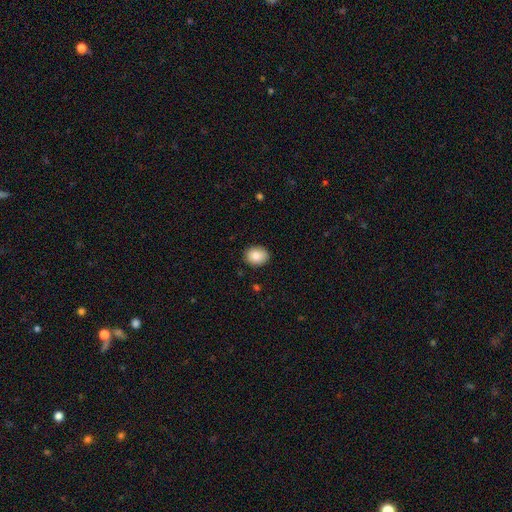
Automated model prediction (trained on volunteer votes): This is clearly a smooth galaxy (85%). How rounded: possibly round (51%). Merging: clearly none (87%).